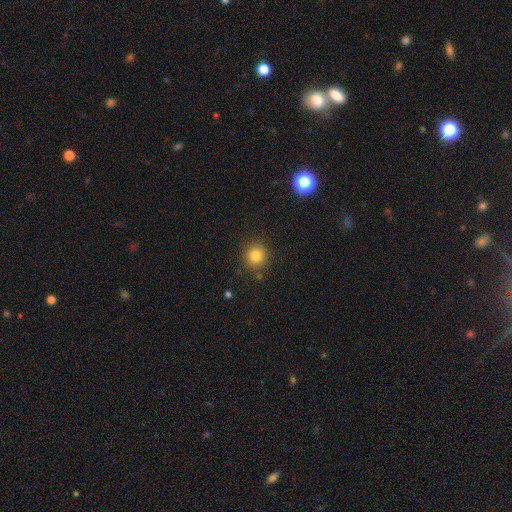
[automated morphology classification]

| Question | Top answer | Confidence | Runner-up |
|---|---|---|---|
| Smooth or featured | smooth | 80% | star or artifact (13%) |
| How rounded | round | 92% | in between (7%) |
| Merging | none | 88% | minor disturbance (7%) |